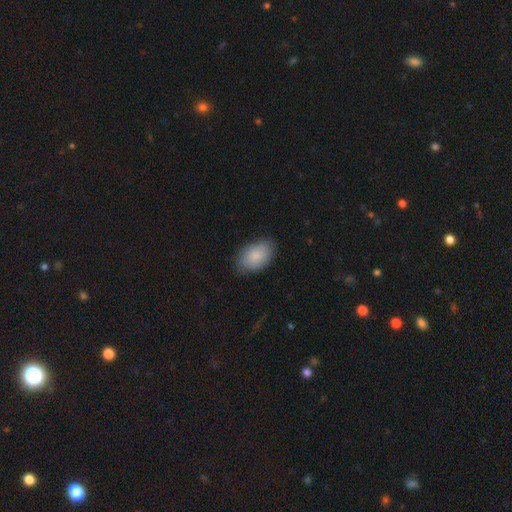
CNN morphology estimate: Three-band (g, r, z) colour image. It shows a smooth galaxy with no disk features (86%) that is in between round and cigar-shaped (91%). Merging: none (81%).